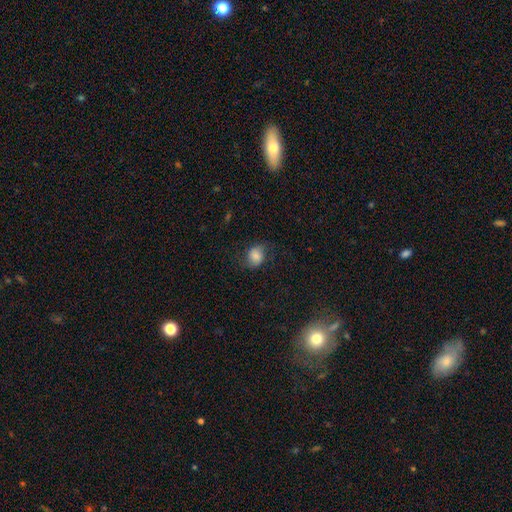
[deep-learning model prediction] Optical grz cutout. It shows a smooth galaxy with no disk features (68%) that is round (51%). Merging: none (66%).